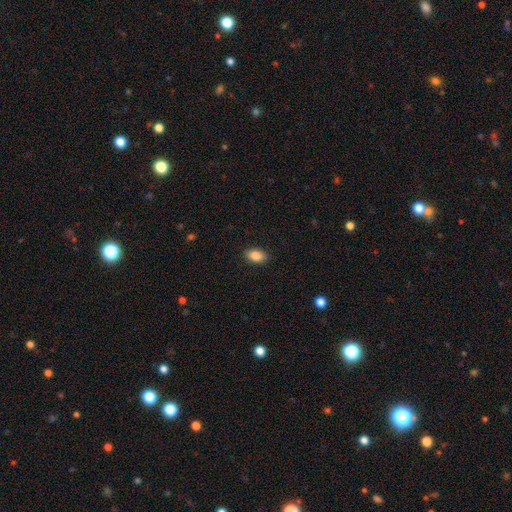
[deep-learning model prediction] Overall: smooth (86%). How rounded: in between (90%). Merging: none (89%).